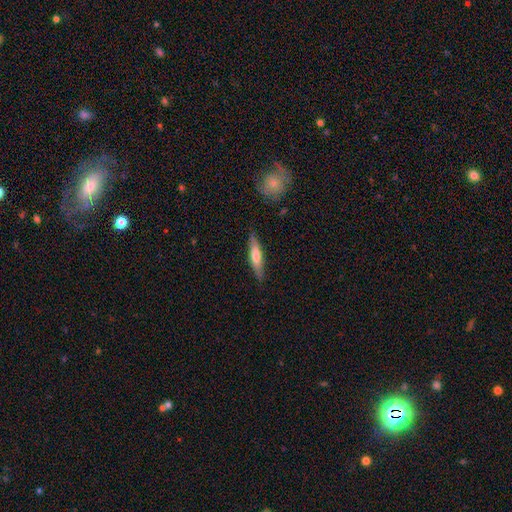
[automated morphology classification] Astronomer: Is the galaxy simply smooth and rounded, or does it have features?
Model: smooth — 57% (runner-up: featured or disk, 37%).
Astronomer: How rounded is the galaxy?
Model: cigar-shaped — 81%.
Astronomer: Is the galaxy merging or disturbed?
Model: none — 84%.